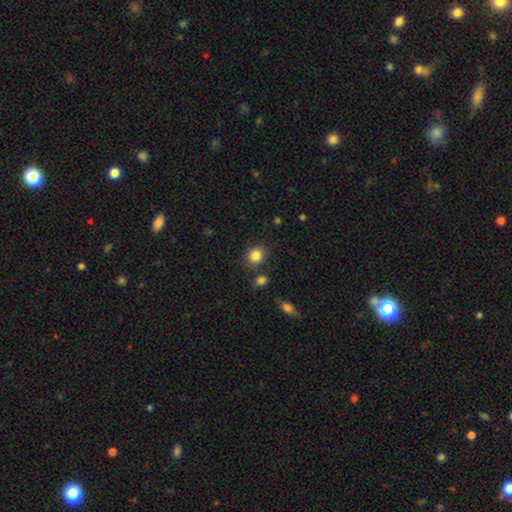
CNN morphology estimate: Smooth or featured: smooth — 84% (star or artifact — 10%)
How rounded: round — 69% (in between — 30%)
Merging: none — 82% (minor disturbance — 9%)